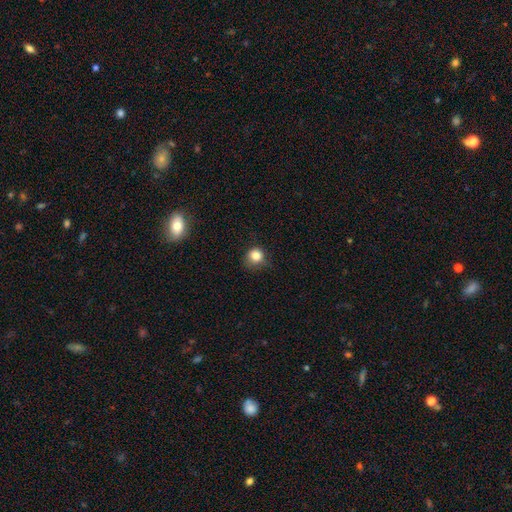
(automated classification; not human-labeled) A smooth galaxy with no disk features (82%) that is round (85%). Merging: none (62%).